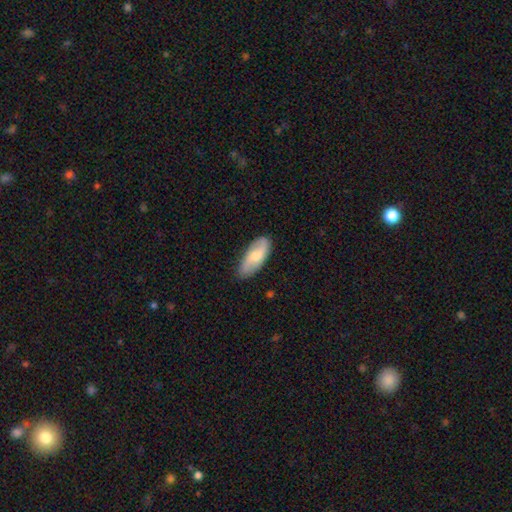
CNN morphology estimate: Smooth or featured? smooth (51%)
How rounded? in between (83%)
Merging? none (80%)